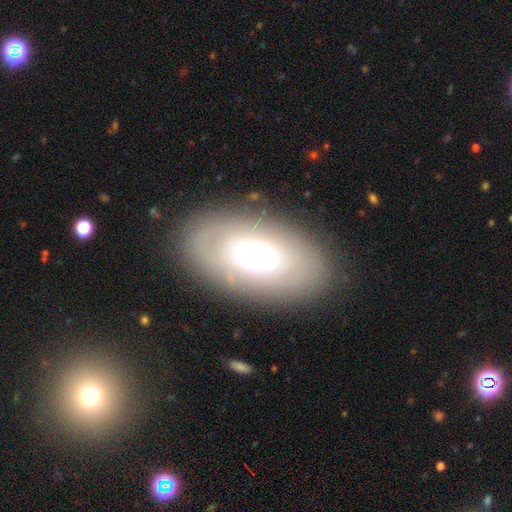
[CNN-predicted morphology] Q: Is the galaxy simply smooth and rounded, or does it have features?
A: smooth — 55%.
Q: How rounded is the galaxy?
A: in between — 88%.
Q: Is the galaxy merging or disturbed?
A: none — 82%.